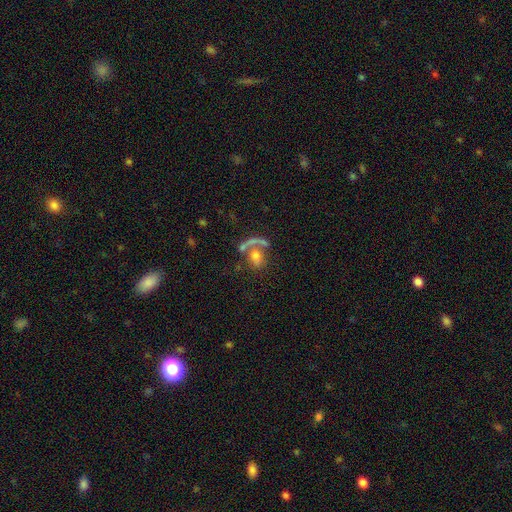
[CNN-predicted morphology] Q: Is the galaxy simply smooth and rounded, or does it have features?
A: featured or disk — 44%.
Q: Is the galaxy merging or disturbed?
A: merger — 37%.